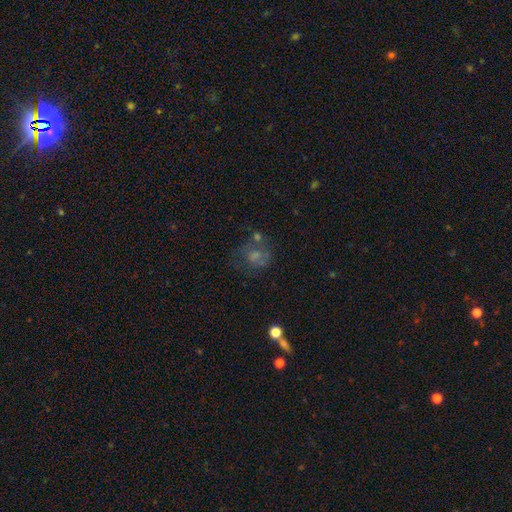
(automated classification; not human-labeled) Smooth or featured: smooth — 52% (featured or disk — 31%)
How rounded: round — 70% (in between — 29%)
Merging: none — 43% (major disturbance — 22%)